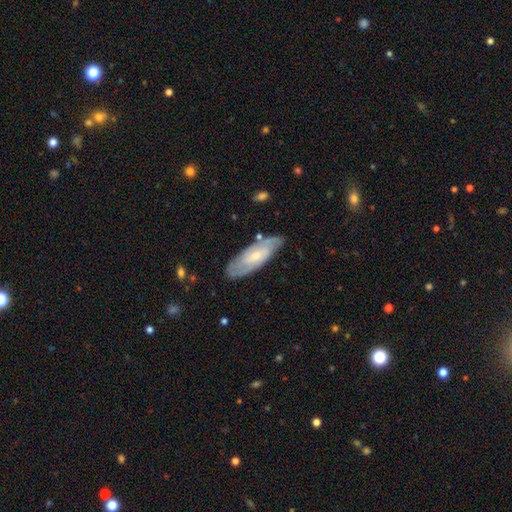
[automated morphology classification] This is possibly a featured or disk galaxy (59%). It is clearly not viewed edge-on (80%). Merging: likely none (78%).